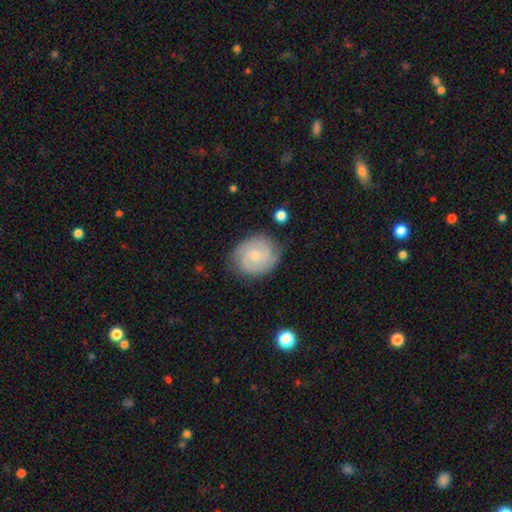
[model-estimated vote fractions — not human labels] smooth-or-featured: featured or disk: 73% | smooth: 21% | star or artifact: 6%
  disk-edge-on: no: 98% | yes: 2%
    bar: no: 64% | weak: 32% | strong: 4%
    has-spiral-arms: yes: 93% | no: 7%
      spiral-winding: tight: 56% | medium: 36% | loose: 9%
      spiral-arm-count: 2: 67% | can't tell: 14% | 3: 11% | 1: 3% | 4: 2% | more than 4: 2%
    bulge-size: small: 55% | moderate: 40% | none: 2% | large: 1% | dominant: 1%
  merging: none: 79% | minor disturbance: 16% | major disturbance: 4% | merger: 1%